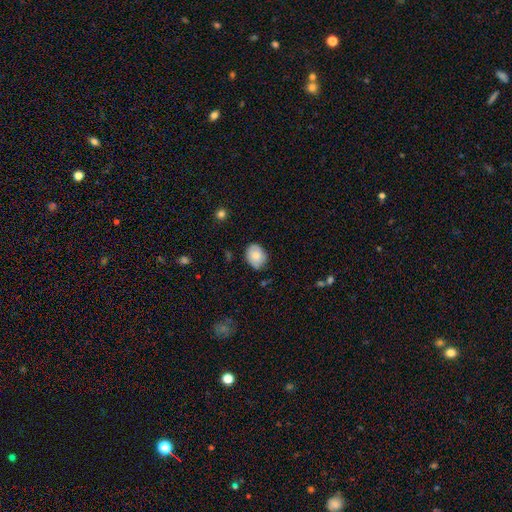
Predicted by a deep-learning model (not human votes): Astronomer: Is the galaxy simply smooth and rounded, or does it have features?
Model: smooth — 79%.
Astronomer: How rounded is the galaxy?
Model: in between — 58% (runner-up: round, 41%).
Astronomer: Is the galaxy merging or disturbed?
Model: none — 73%.